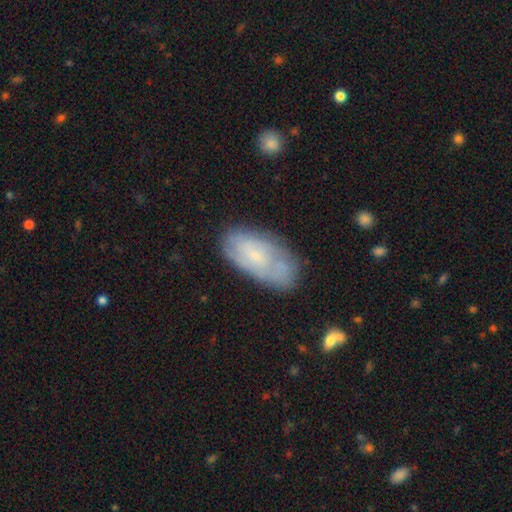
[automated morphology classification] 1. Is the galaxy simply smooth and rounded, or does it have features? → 49% featured or disk, 43% smooth, 8% star or artifact.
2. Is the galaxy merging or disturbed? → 67% none, 23% minor disturbance, 7% major disturbance, 4% merger.